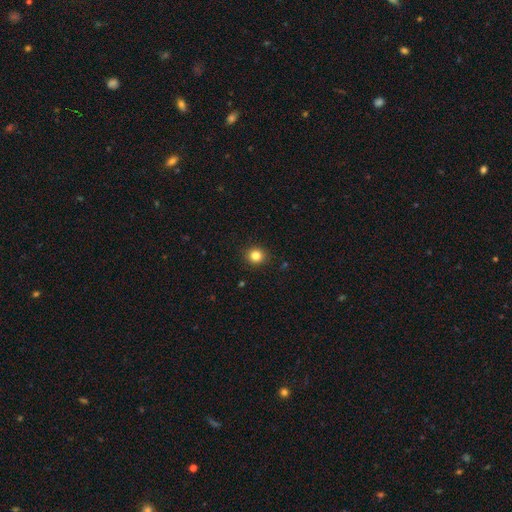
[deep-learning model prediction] This is clearly a smooth galaxy (83%). How rounded: clearly round (89%). Merging: clearly none (91%).